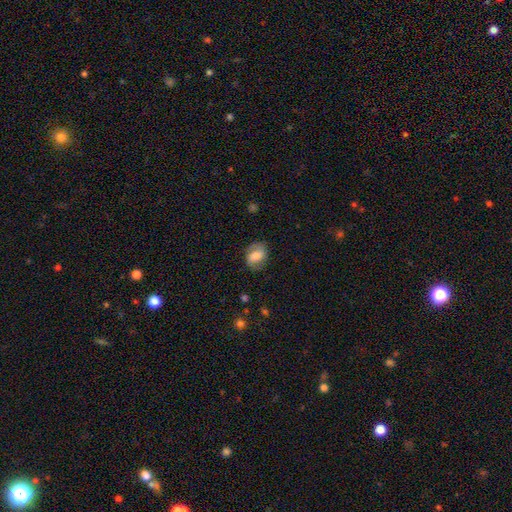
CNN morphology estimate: The model was most divided on "smooth or featured": smooth: 57%, featured or disk: 36%, star or artifact: 8%. More confident: merging — none (74%); how rounded — in between (70%).